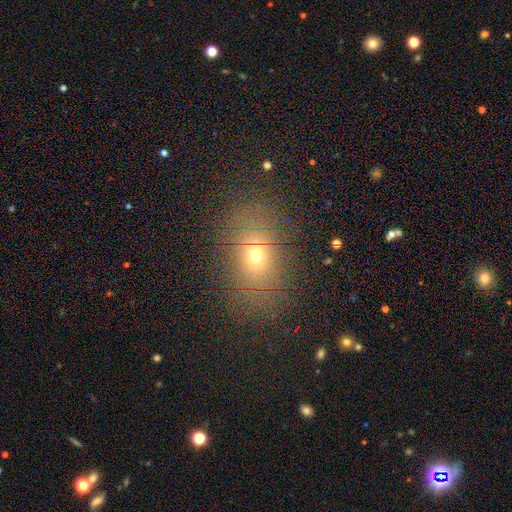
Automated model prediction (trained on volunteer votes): The model was most divided on "how rounded": in between: 57%, round: 41%, cigar-shaped: 2%. More confident: merging — none (70%); smooth or featured — smooth (60%).